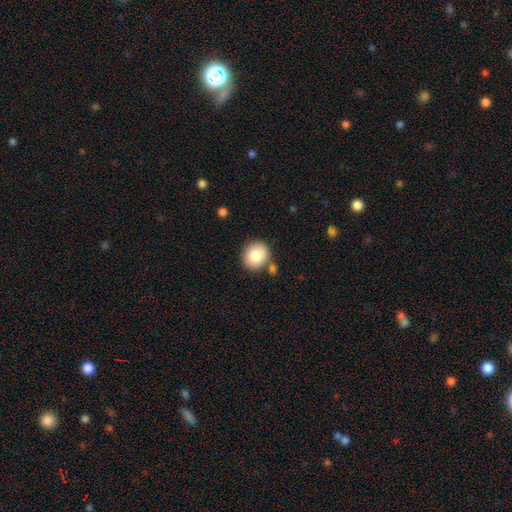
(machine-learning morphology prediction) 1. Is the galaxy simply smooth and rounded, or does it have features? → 81% smooth, 10% featured or disk, 8% star or artifact.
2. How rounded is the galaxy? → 78% round, 21% in between, 1% cigar-shaped.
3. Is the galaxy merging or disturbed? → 78% none, 11% minor disturbance, 9% merger, 3% major disturbance.